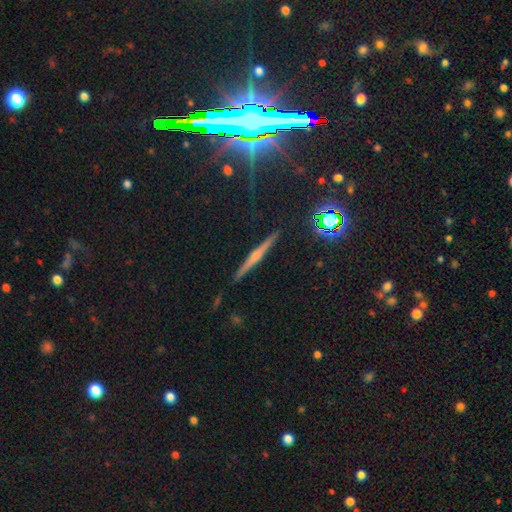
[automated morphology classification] Q: Smooth or featured?
A: featured or disk (63%); runner-up: smooth (21%)
Q: Edge-on disk?
A: yes (98%); runner-up: no (2%)
Q: Edge-on bulge?
A: rounded (74%); runner-up: none (18%)
Q: Merging?
A: none (91%); runner-up: minor disturbance (6%)